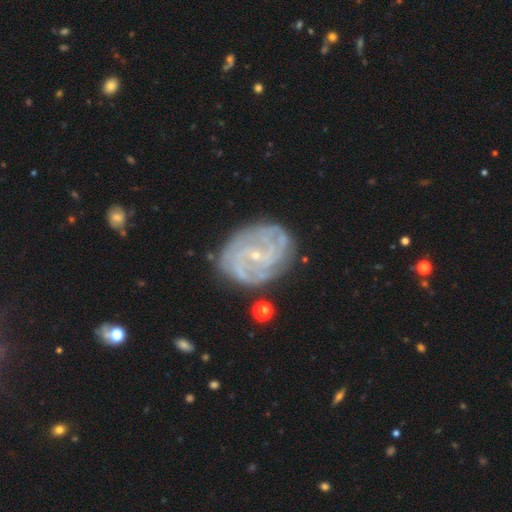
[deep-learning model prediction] This is clearly a featured or disk galaxy (86%). It is clearly not viewed edge-on (97%). Bar: possibly no (55%). Spiral arm pattern: clearly yes (94%). Spiral arm count: marginally can't tell (29%). Spiral winding: likely tight (61%). Central bulge: clearly small (84%). Merging: likely none (76%).